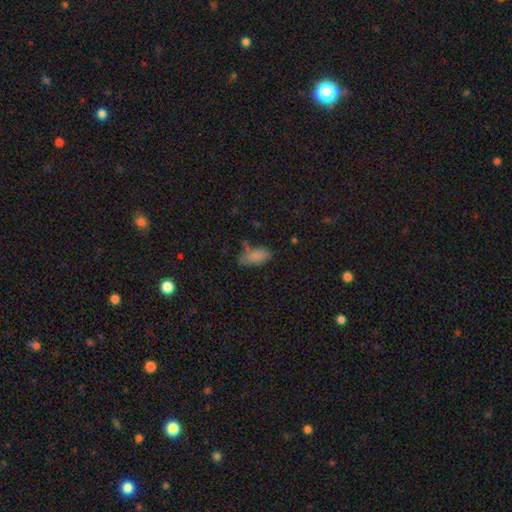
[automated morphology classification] Smooth or featured? Predicted: smooth (p=0.78). How rounded? Predicted: in between (p=0.89). Merging? Predicted: none (p=0.49).